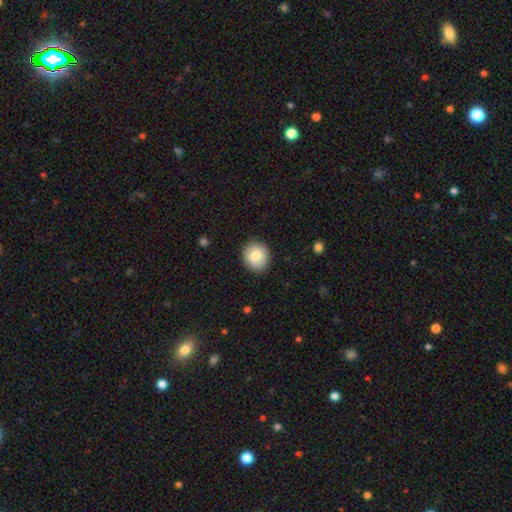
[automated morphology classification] Overall: smooth (77%). How rounded: round (83%). Merging: none (88%).